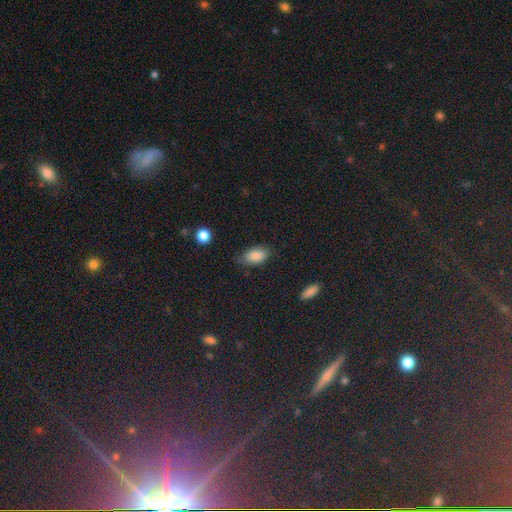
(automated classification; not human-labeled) Smooth or featured: smooth — 84% (star or artifact — 8%)
How rounded: in between — 91% (round — 6%)
Merging: none — 72% (minor disturbance — 22%)